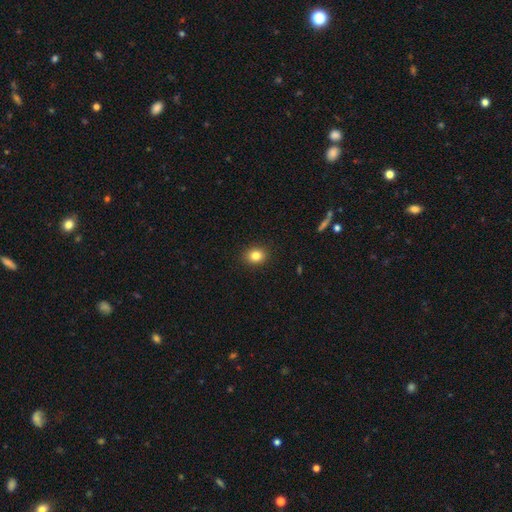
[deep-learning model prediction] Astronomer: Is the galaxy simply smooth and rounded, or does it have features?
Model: smooth — 83%.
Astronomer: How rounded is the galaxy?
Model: round — 58% (runner-up: in between, 41%).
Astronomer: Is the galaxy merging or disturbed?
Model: none — 90%.